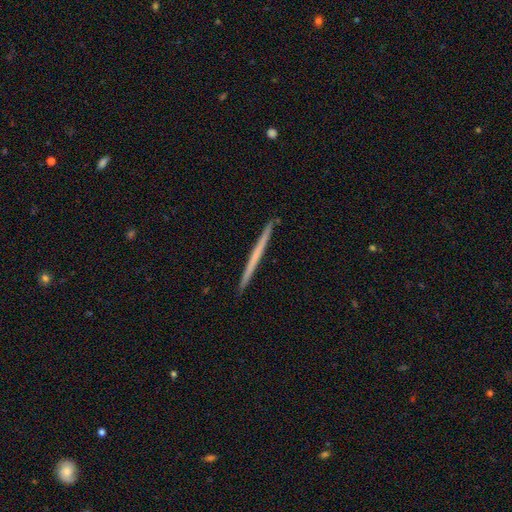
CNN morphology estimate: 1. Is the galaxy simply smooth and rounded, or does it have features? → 50% featured or disk, 45% smooth, 5% star or artifact.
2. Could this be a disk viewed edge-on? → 98% yes, 2% no.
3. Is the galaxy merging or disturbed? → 93% none, 5% minor disturbance, 1% major disturbance, 1% merger.